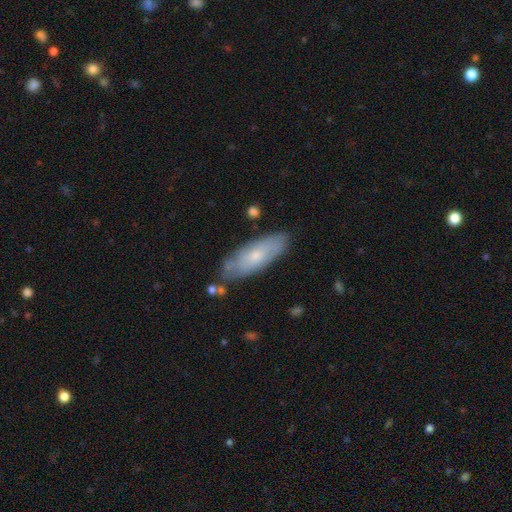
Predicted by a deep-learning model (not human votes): Q: Smooth or featured?
A: smooth (56%); runner-up: featured or disk (38%)
Q: How rounded?
A: in between (66%); runner-up: cigar-shaped (32%)
Q: Merging?
A: none (75%); runner-up: minor disturbance (18%)